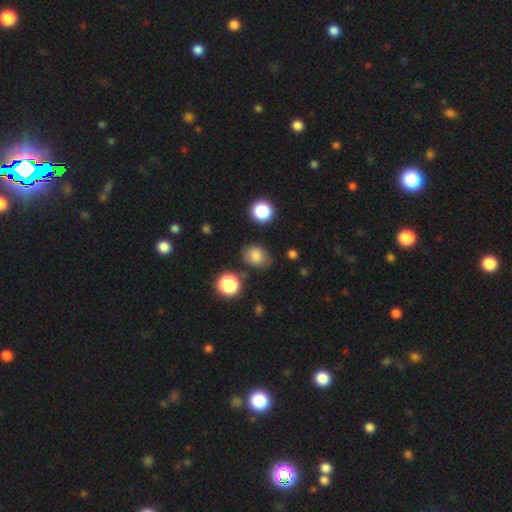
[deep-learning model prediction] smooth-or-featured: smooth: 79% | star or artifact: 12% | featured or disk: 9%
  how-rounded: round: 50% | in between: 49% | cigar-shaped: 1%
  merging: none: 71% | minor disturbance: 20% | major disturbance: 6% | merger: 4%